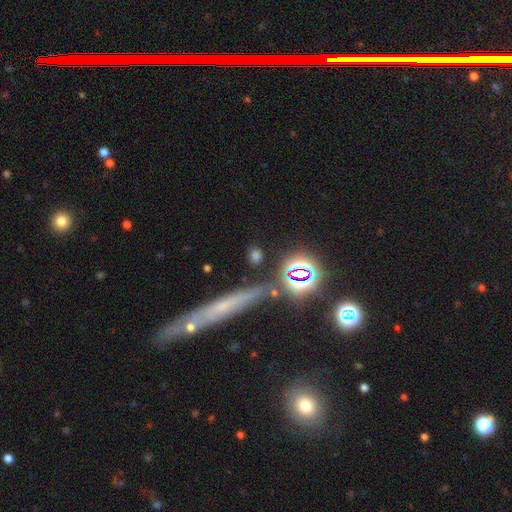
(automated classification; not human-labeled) This is likely a smooth galaxy (63%). How rounded: marginally in between (44%). Merging: clearly none (82%).